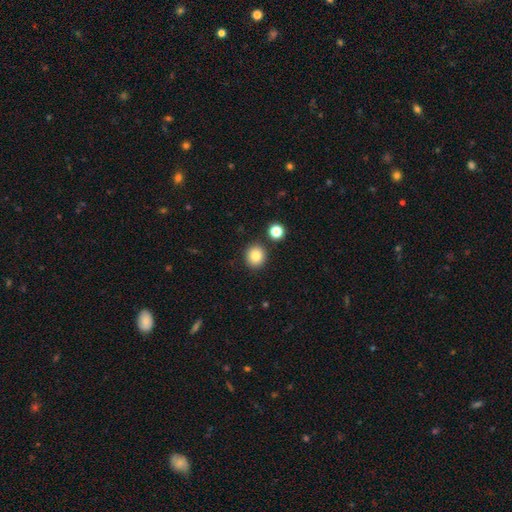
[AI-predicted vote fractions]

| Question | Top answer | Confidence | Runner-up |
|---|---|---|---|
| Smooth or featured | smooth | 85% | star or artifact (10%) |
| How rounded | round | 84% | in between (15%) |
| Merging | none | 87% | minor disturbance (7%) |